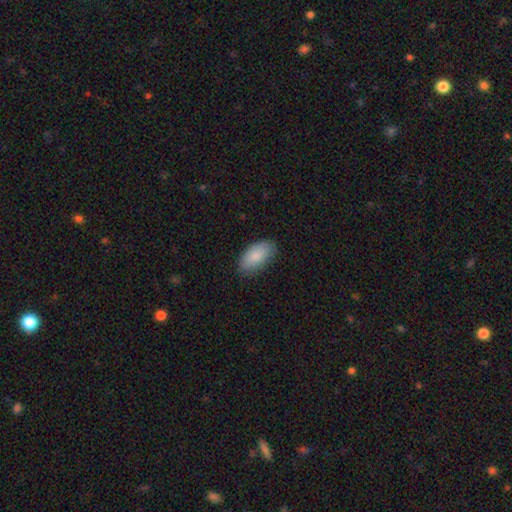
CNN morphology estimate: A smooth galaxy with no disk features (87%) that is in between round and cigar-shaped (93%).

Vote fractions:
- Smooth or featured? smooth: 87% / featured or disk: 8% / star or artifact: 6%
- How rounded? in between: 93% / cigar-shaped: 4% / round: 2%
- Merging? none: 81% / minor disturbance: 15% / major disturbance: 3% / merger: 1%